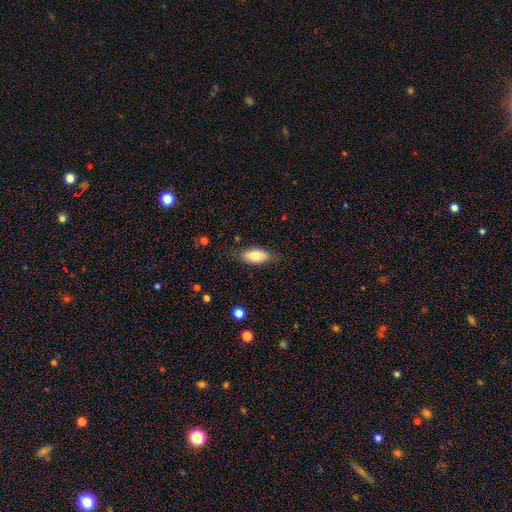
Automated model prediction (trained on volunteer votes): Morphology: type=smooth (78%); roundness=in between (87%); merging=none (81%).